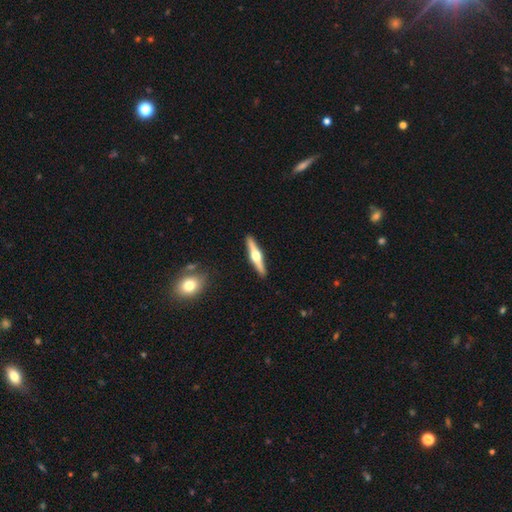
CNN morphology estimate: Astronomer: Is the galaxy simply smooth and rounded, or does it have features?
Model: featured or disk — 74%.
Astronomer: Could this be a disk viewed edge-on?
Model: yes — 98%.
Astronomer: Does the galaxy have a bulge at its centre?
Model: rounded — 96%.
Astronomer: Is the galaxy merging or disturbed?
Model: none — 92%.